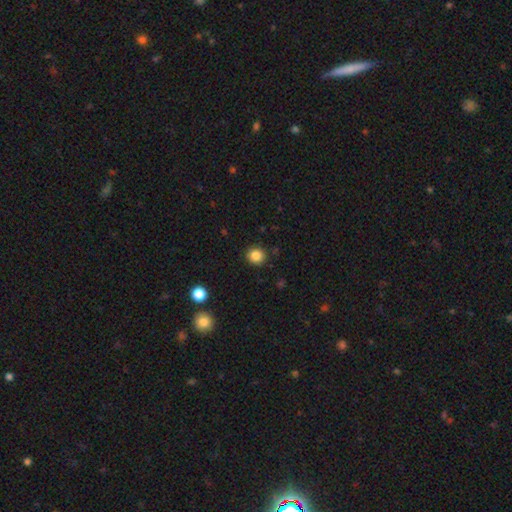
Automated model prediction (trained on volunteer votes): A smooth galaxy with no disk features (84%) that is round (88%).

Vote fractions:
- Smooth or featured? smooth: 84% / star or artifact: 11% / featured or disk: 4%
- How rounded? round: 88% / in between: 11% / cigar-shaped: 1%
- Merging? none: 90% / minor disturbance: 6% / major disturbance: 2% / merger: 1%